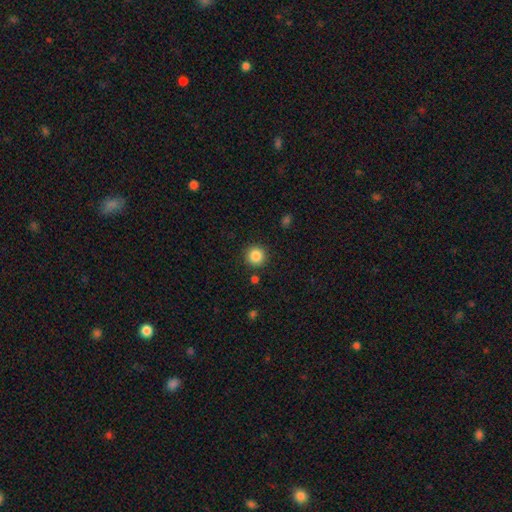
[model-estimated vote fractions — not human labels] This is clearly a smooth galaxy (86%). How rounded: clearly round (95%). Merging: clearly none (89%).